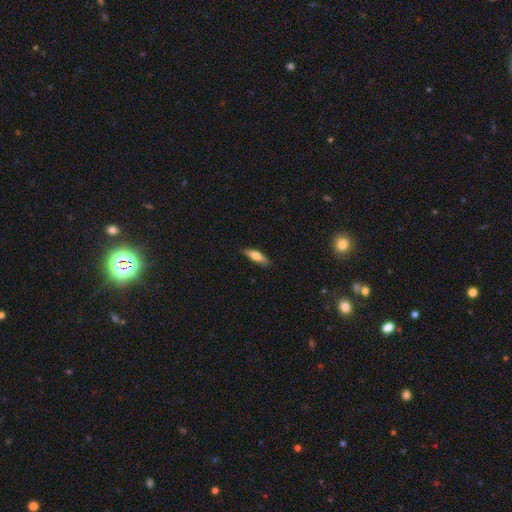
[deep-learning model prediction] This appears to be a smooth galaxy with no disk features (70%) that is cigar-shaped (58%). Merging: none (85%).